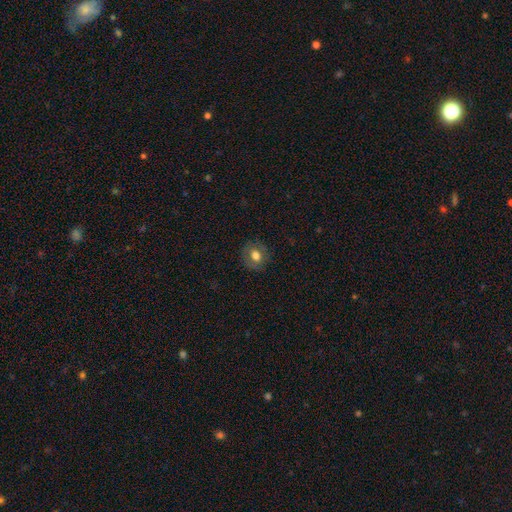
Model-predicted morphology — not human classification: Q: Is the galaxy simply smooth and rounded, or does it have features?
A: smooth — 70%.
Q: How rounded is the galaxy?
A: round — 76%.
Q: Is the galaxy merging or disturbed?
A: none — 86%.